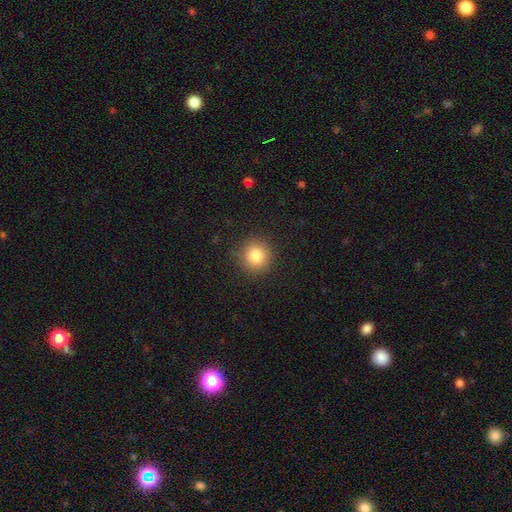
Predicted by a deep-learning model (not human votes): The model was most divided on "smooth or featured": smooth: 82%, star or artifact: 11%, featured or disk: 7%. More confident: how rounded — round (94%); merging — none (89%).